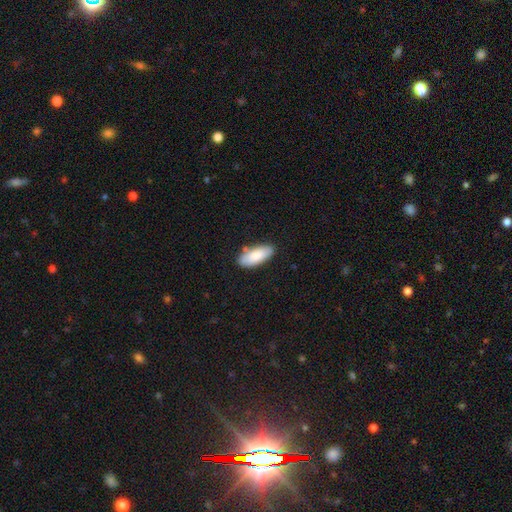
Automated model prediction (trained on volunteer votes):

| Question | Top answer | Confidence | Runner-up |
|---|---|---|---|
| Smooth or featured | smooth | 84% | featured or disk (11%) |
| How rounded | in between | 83% | cigar-shaped (15%) |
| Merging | none | 81% | minor disturbance (13%) |